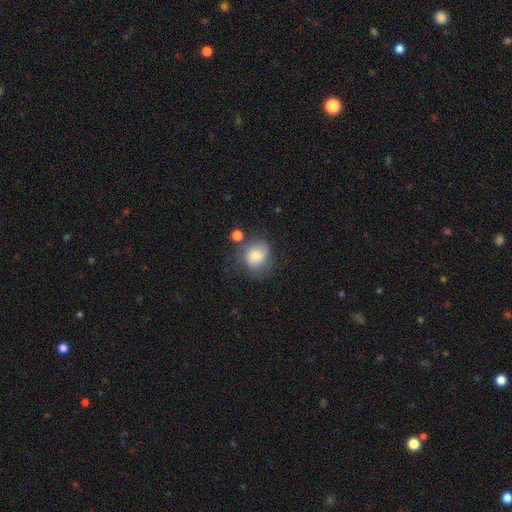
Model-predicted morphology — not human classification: Smooth or featured? Predicted: smooth (p=0.73). How rounded? Predicted: round (p=0.71). Merging? Predicted: none (p=0.53).